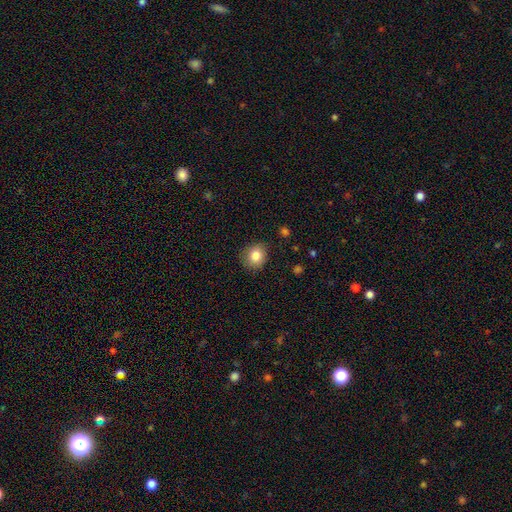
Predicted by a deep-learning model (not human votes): This is clearly a smooth galaxy (83%). How rounded: likely round (79%). Merging: clearly none (85%).